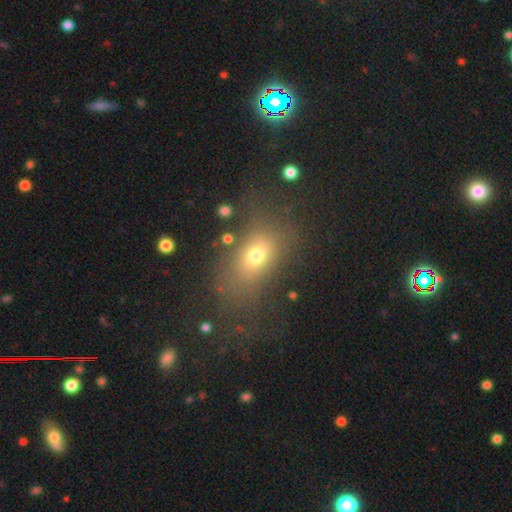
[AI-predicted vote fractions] smooth 67%, featured or disk 17%, star or artifact 15%. Down the decision tree: how rounded — in between (75%); merging — none (61%).